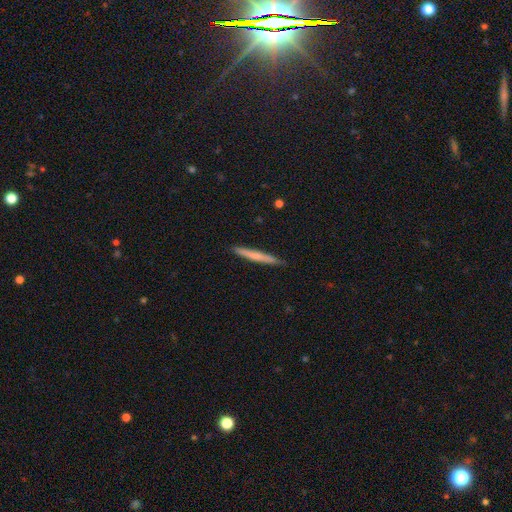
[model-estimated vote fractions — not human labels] A smooth galaxy with no disk features (60%) that is cigar-shaped (96%). Merging: none (90%).